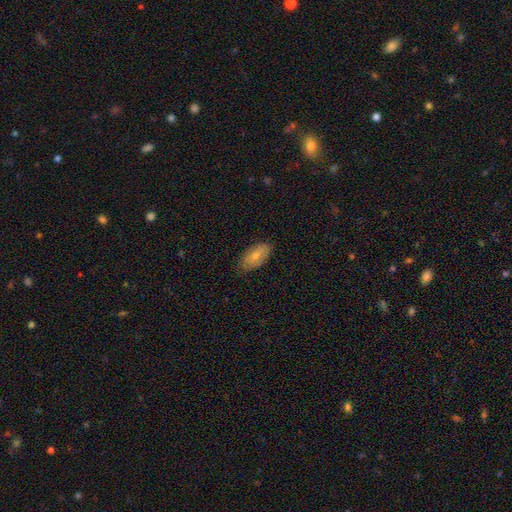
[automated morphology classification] smooth 71%, featured or disk 23%, star or artifact 6%. Down the decision tree: how rounded — in between (93%); merging — none (78%).